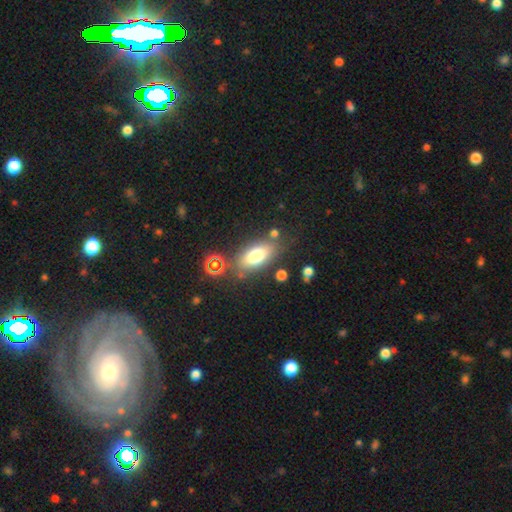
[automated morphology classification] smooth 71%, featured or disk 18%, star or artifact 10%. Down the decision tree: how rounded — in between (83%); merging — none (76%).